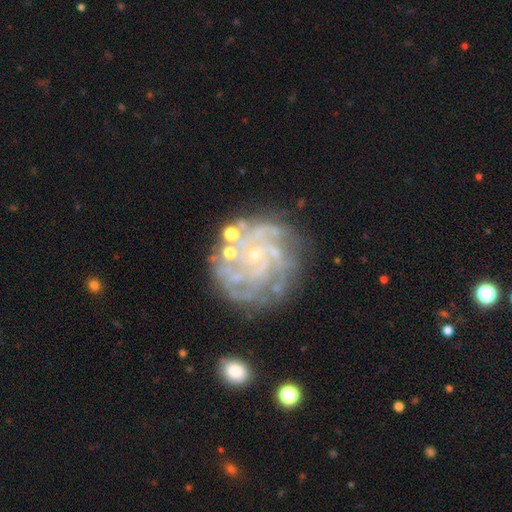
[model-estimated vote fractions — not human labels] This appears to be a featured or disk galaxy (85%) with no bar (76%), 4 (25%, tied with can't tell) tight (69%) spiral arms (95%) and a small central bulge (84%). Merging: none (72%).